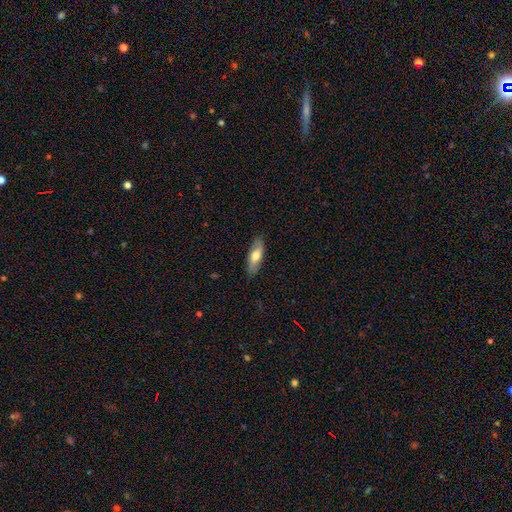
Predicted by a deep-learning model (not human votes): This appears to be a smooth galaxy with no disk features (66%) that is in between round and cigar-shaped (61%). Merging: none (85%).